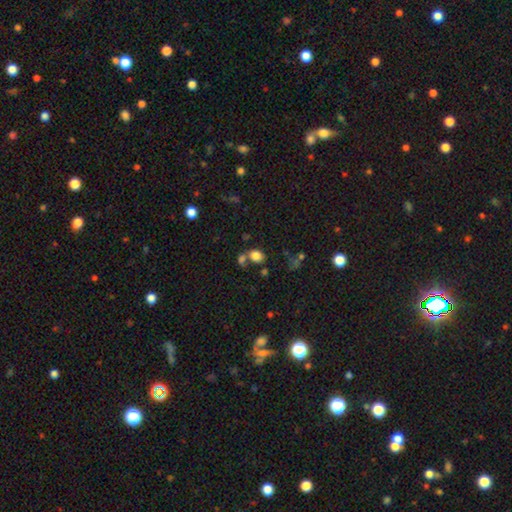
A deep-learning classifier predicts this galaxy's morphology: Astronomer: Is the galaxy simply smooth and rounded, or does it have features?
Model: smooth — 80%.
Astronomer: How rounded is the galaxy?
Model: in between — 53% (runner-up: round, 46%).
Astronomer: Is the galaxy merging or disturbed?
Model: none — 54%.